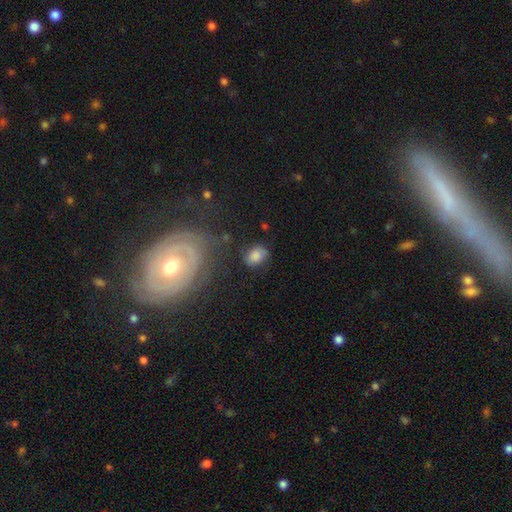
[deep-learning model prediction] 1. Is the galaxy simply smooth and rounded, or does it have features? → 81% smooth, 10% star or artifact, 9% featured or disk.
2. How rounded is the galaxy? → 72% in between, 27% round, 1% cigar-shaped.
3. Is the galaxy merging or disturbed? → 70% none, 20% minor disturbance, 6% major disturbance, 4% merger.